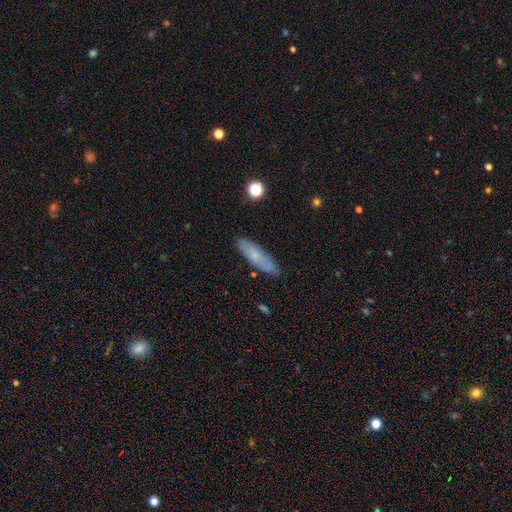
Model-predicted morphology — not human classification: Smooth or featured?
  - smooth: 66% *
  - featured or disk: 27%
  - star or artifact: 7%
How rounded?
  - cigar-shaped: 65% *
  - in between: 33%
  - round: 2%
Merging?
  - none: 84% *
  - minor disturbance: 12%
  - major disturbance: 2%
  - merger: 1%